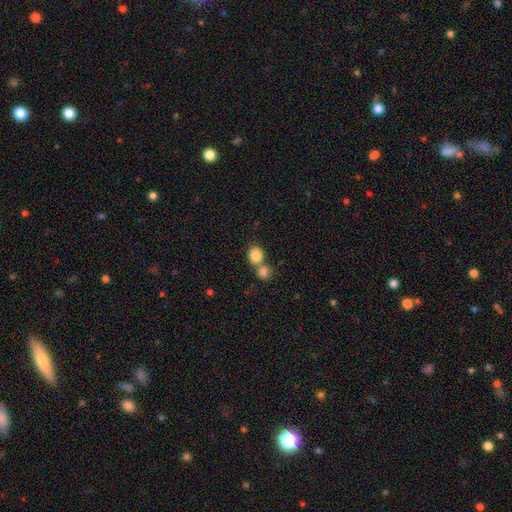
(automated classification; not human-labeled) This is clearly a smooth galaxy (85%). How rounded: likely round (75%). Merging: possibly none (45%, tied with merger).